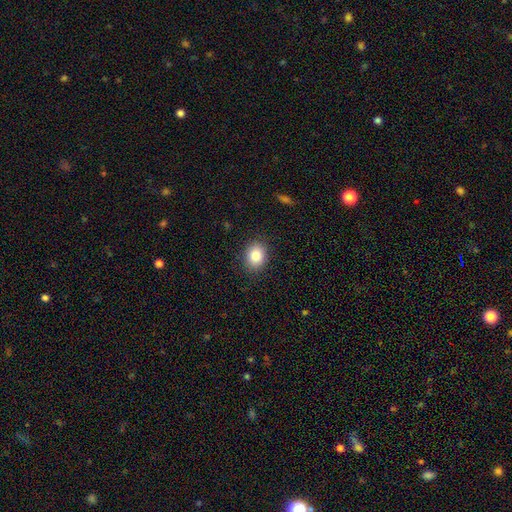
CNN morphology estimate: This appears to be a smooth galaxy with no disk features (83%) that is in between round and cigar-shaped (53%). Merging: none (87%).